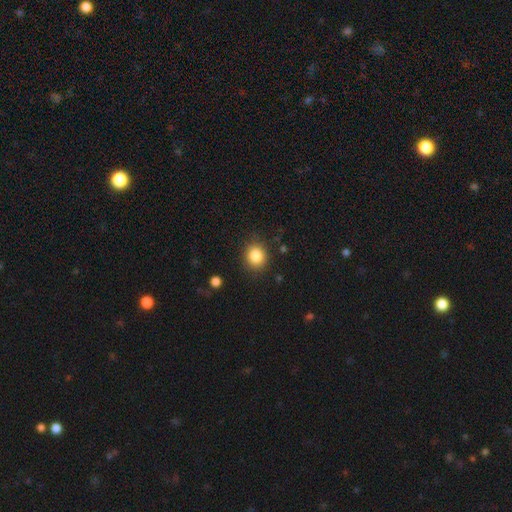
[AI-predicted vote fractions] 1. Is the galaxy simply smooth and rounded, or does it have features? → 85% smooth, 10% star or artifact, 5% featured or disk.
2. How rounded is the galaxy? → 77% round, 22% in between, 1% cigar-shaped.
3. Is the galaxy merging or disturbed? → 86% none, 9% minor disturbance, 3% major disturbance, 2% merger.